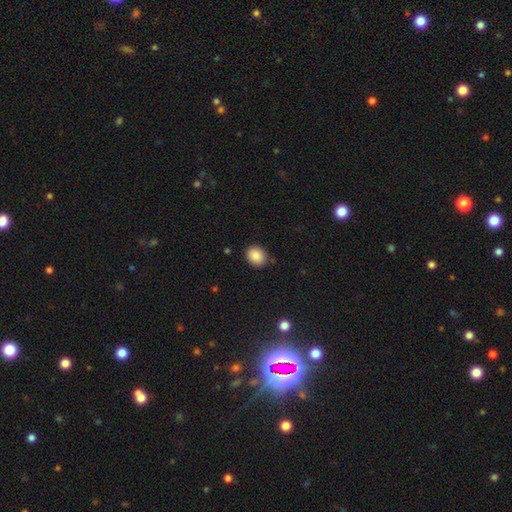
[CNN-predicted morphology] Overall: smooth (87%). How rounded: round (64%; in between 35%). Merging: none (86%).